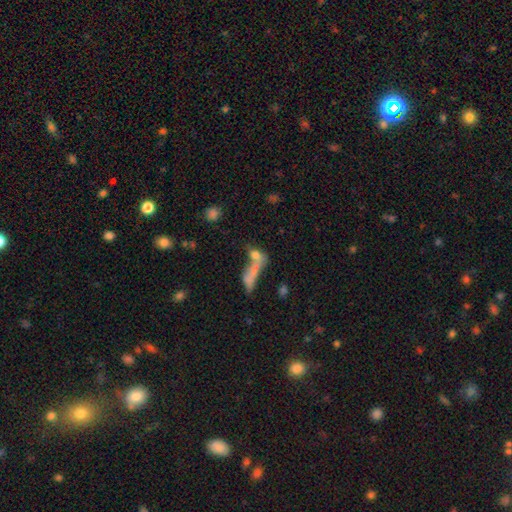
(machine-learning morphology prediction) This appears to be a smooth galaxy with no disk features (63%) that is in between round and cigar-shaped (45%). Merging: merger (49%).